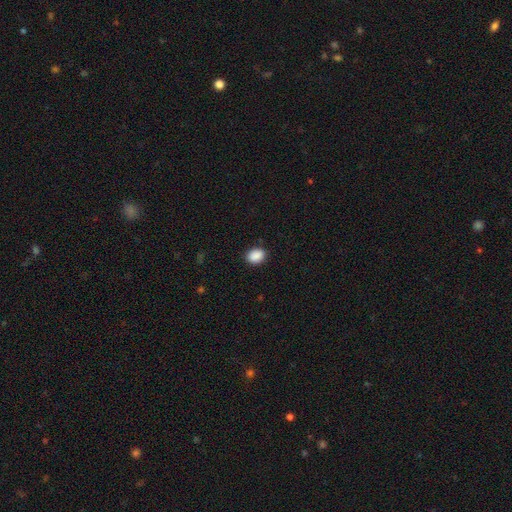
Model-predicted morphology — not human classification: A smooth galaxy with no disk features (90%) that is in between round and cigar-shaped (70%). Merging: none (87%).